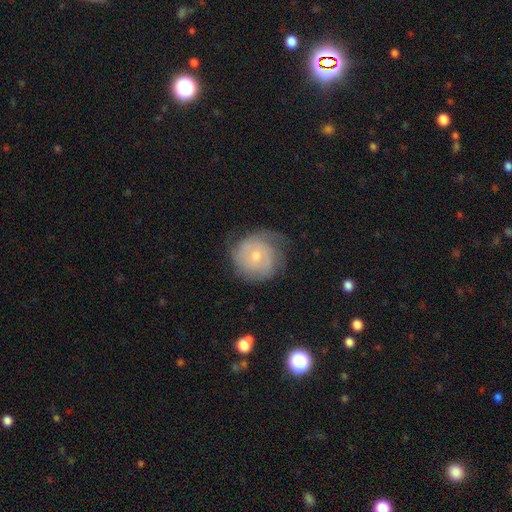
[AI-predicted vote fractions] Smooth or featured? Predicted: featured or disk (p=0.60). Edge-on disk? Predicted: no (p=0.97). Bar? Predicted: no (p=0.71). Spiral arms? Predicted: yes (p=0.83). Bulge size? Predicted: small (p=0.53). Merging? Predicted: none (p=0.61).